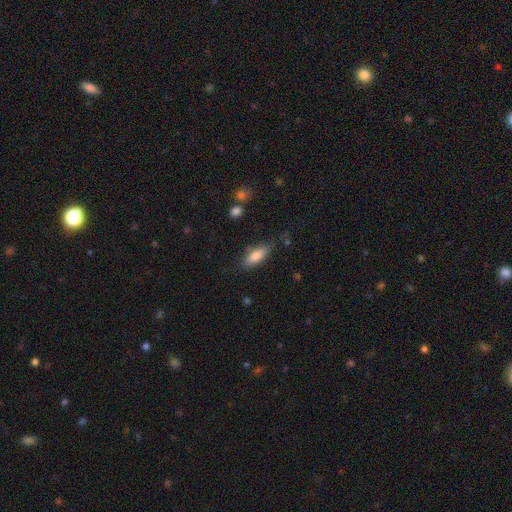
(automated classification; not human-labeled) A smooth galaxy with no disk features (79%) that is in between round and cigar-shaped (65%). Merging: none (75%).